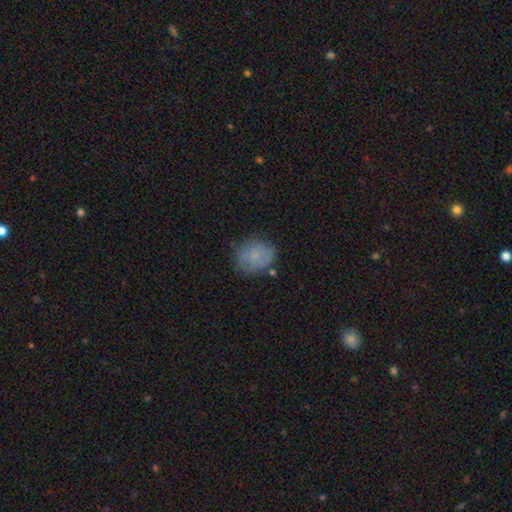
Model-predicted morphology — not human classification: smooth 69%, featured or disk 22%, star or artifact 9%. Down the decision tree: how rounded — round (51%); merging — none (66%).